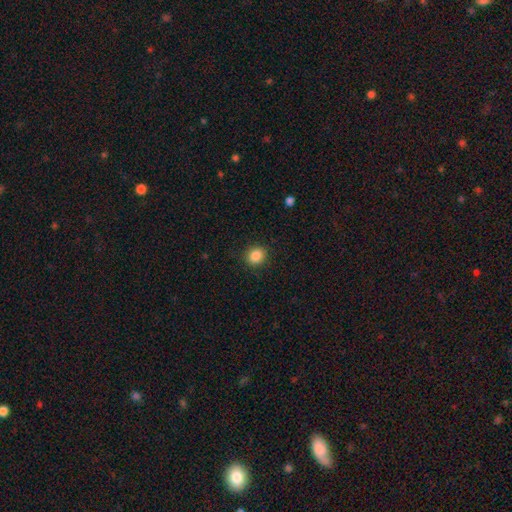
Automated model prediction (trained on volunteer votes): This appears to be a smooth galaxy with no disk features (87%) that is round (78%). Merging: none (90%).